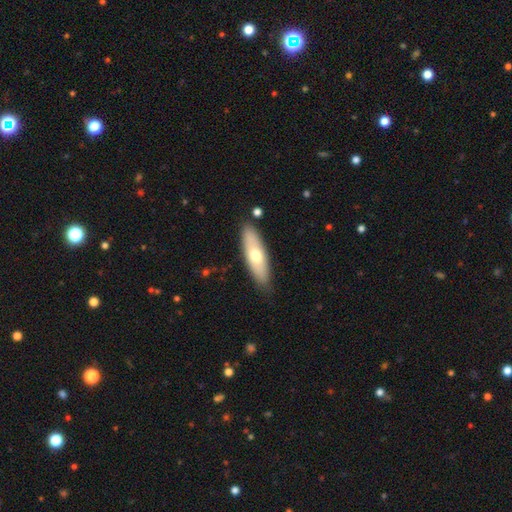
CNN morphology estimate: Smooth or featured: smooth — 60% (featured or disk — 35%)
How rounded: in between — 53% (cigar-shaped — 45%)
Merging: none — 84% (minor disturbance — 11%)